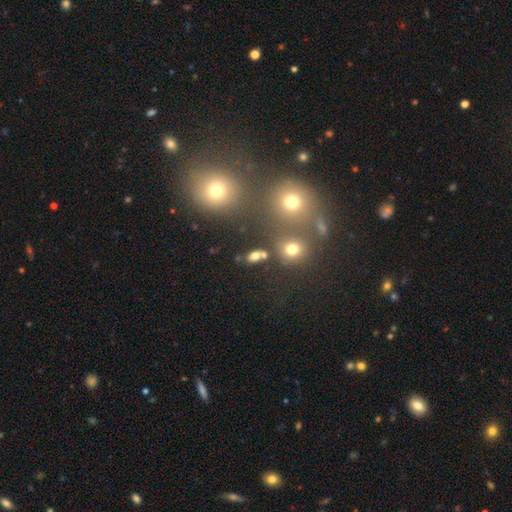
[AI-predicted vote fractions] Smooth or featured?
  - smooth: 72% *
  - star or artifact: 16%
  - featured or disk: 12%
How rounded?
  - in between: 75% *
  - round: 20%
  - cigar-shaped: 5%
Merging?
  - none: 70% *
  - merger: 13%
  - minor disturbance: 11%
  - major disturbance: 5%